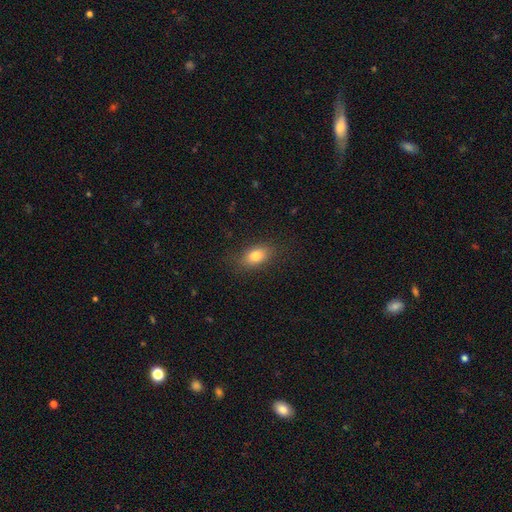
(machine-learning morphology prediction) smooth-or-featured: smooth: 81% | featured or disk: 10% | star or artifact: 9%
  how-rounded: in between: 83% | round: 12% | cigar-shaped: 4%
  merging: none: 83% | minor disturbance: 12% | major disturbance: 4% | merger: 1%